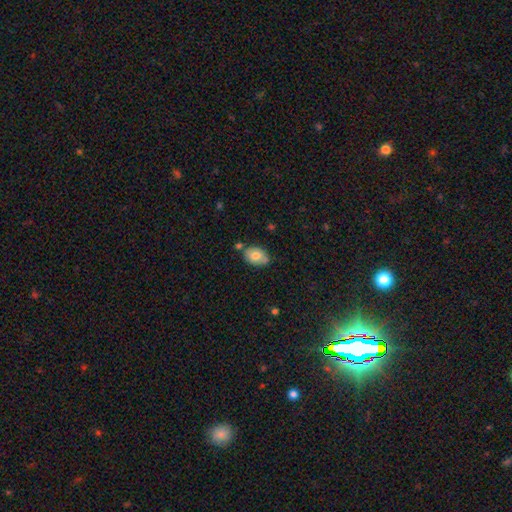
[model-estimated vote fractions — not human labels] This is likely a smooth galaxy (75%). How rounded: likely in between (80%). Merging: likely none (66%).